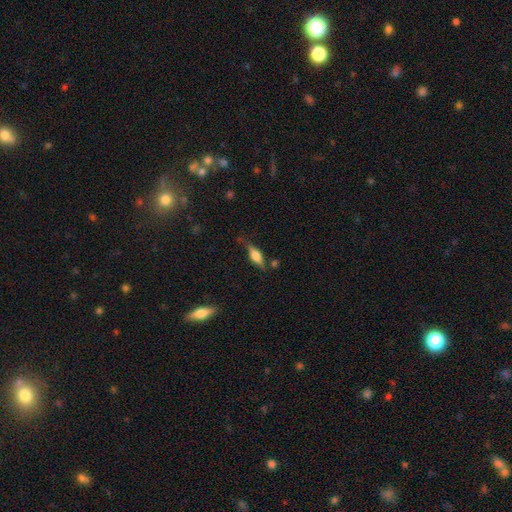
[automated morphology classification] smooth_or_featured: smooth (p=0.48) [alt: featured or disk p=0.44]
merging: none (p=0.69) [alt: minor disturbance p=0.20]